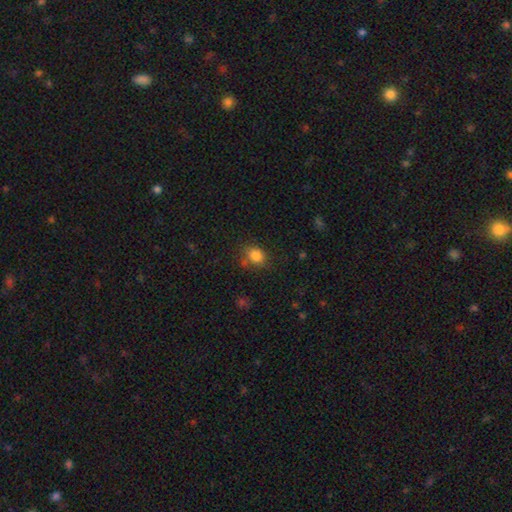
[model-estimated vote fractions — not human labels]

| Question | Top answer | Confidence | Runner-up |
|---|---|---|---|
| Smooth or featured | smooth | 83% | star or artifact (11%) |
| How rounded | in between | 55% | round (44%) |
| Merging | none | 68% | minor disturbance (21%) |